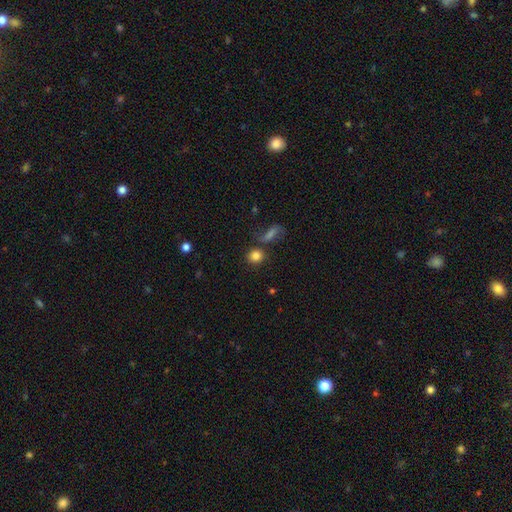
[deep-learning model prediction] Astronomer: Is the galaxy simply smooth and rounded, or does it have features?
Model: smooth — 83%.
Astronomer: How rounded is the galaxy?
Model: round — 83%.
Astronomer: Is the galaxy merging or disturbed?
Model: none — 73%.